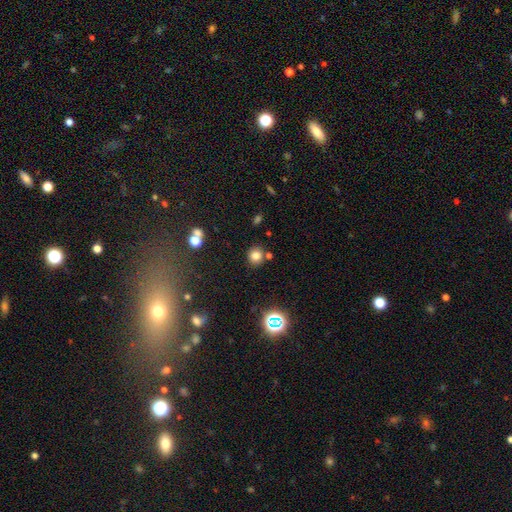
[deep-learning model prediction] Smooth or featured: smooth — 78% (star or artifact — 16%)
How rounded: round — 85% (in between — 14%)
Merging: none — 80% (minor disturbance — 9%)